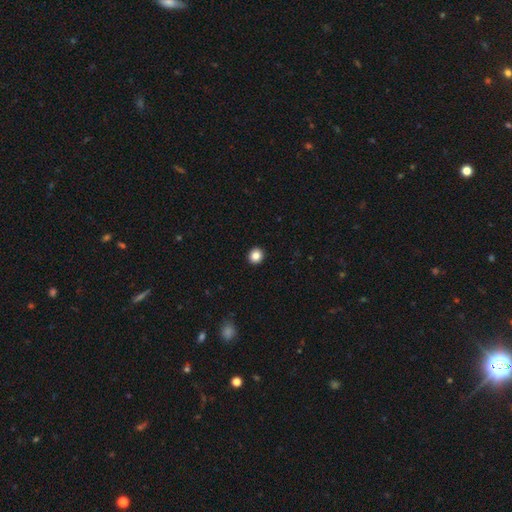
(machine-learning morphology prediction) Smooth or featured? smooth (85%)
How rounded? round (87%)
Merging? none (94%)